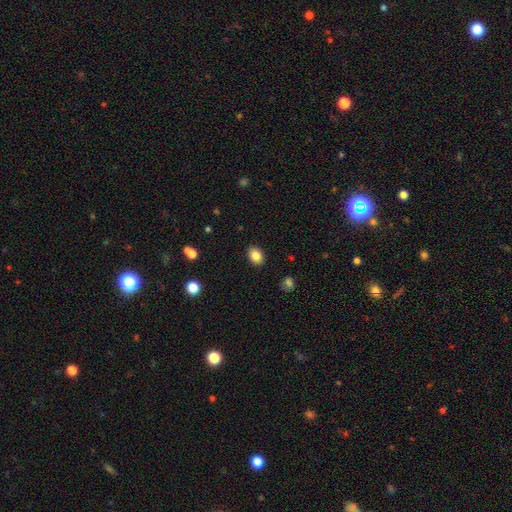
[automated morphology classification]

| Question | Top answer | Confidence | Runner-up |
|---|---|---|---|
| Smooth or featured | smooth | 85% | star or artifact (9%) |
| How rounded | in between | 72% | round (27%) |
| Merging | none | 89% | minor disturbance (8%) |